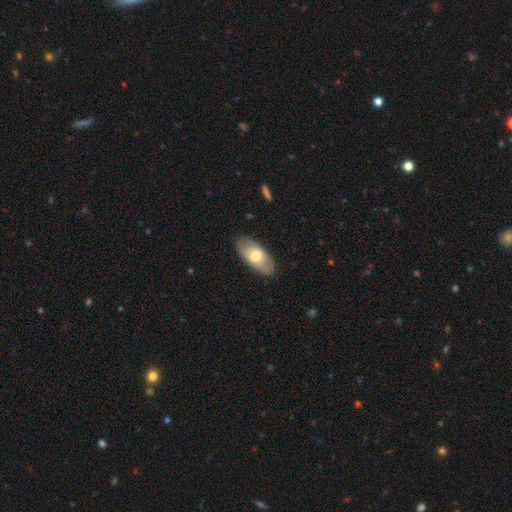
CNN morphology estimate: Q: Smooth or featured?
A: smooth (55%); runner-up: featured or disk (39%)
Q: How rounded?
A: in between (90%); runner-up: cigar-shaped (7%)
Q: Merging?
A: none (83%); runner-up: minor disturbance (13%)